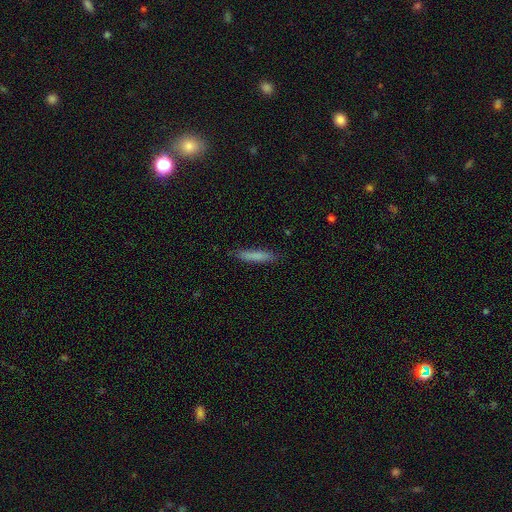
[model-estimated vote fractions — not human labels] Q: Smooth or featured?
A: smooth (81%); runner-up: featured or disk (13%)
Q: How rounded?
A: cigar-shaped (90%); runner-up: in between (8%)
Q: Merging?
A: none (86%); runner-up: minor disturbance (11%)